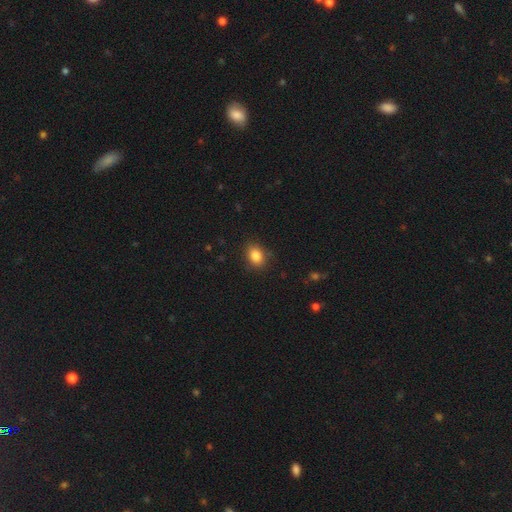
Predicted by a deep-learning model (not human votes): smooth 85%, star or artifact 10%, featured or disk 5%. Down the decision tree: how rounded — in between (59%); merging — none (84%).